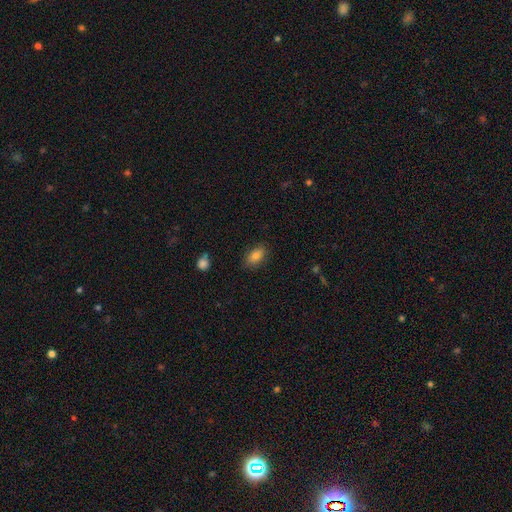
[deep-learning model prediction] Overall: smooth (83%). How rounded: in between (89%). Merging: none (84%).